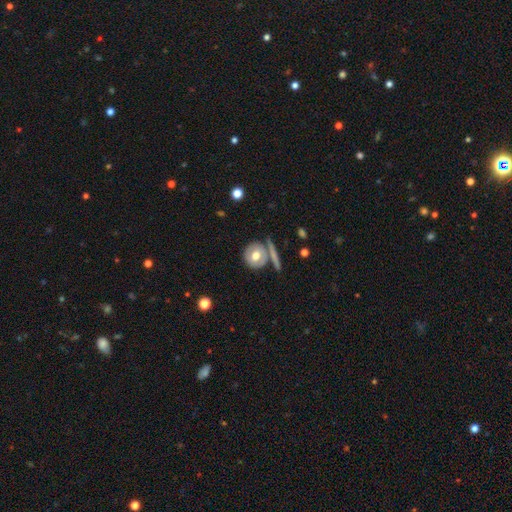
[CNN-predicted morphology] Overall: smooth (61%; featured or disk 32%). How rounded: round (85%). Merging: none (66%).